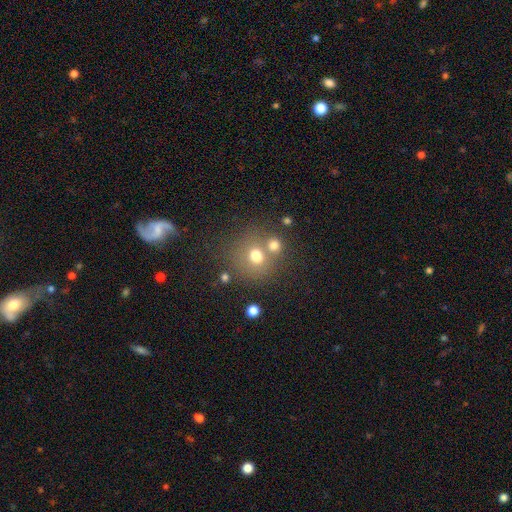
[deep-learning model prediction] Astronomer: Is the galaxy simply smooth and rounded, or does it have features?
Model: smooth — 71%.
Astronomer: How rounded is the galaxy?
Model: round — 85%.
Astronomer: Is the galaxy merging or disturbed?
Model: none — 57%.